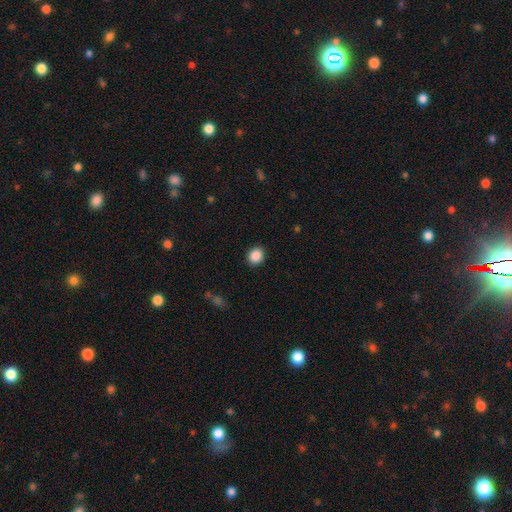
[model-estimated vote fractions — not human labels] The model was most divided on "how rounded": round: 67%, in between: 32%, cigar-shaped: 1%. More confident: merging — none (90%); smooth or featured — smooth (89%).